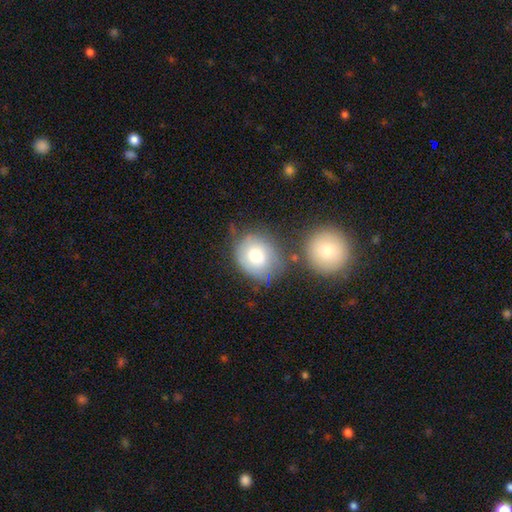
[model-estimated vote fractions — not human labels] The model was most divided on "how rounded": round: 68%, in between: 31%, cigar-shaped: 1%. More confident: smooth or featured — smooth (70%); merging — none (58%).